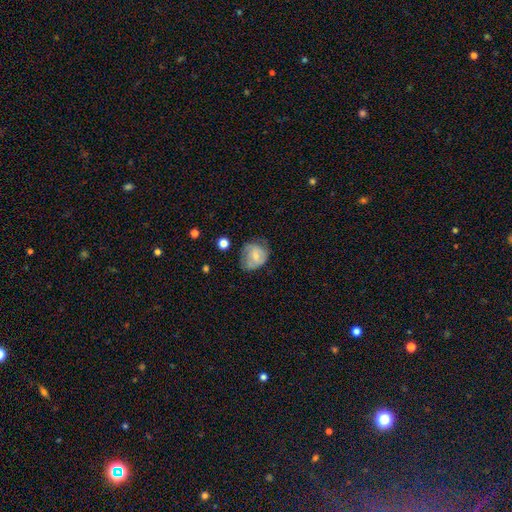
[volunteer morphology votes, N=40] Volunteers were most divided on "merging" (2-way tie): none: 42%, minor disturbance: 42%, major disturbance: 11%, merger: 5%. Remaining: edge-on disk — no (96%); spiral arms — yes (73%); bulge size — moderate (64%); spiral winding — tight (62%); smooth or featured — featured or disk (57%); bar — no (45%); spiral arm count — can't tell (44%).